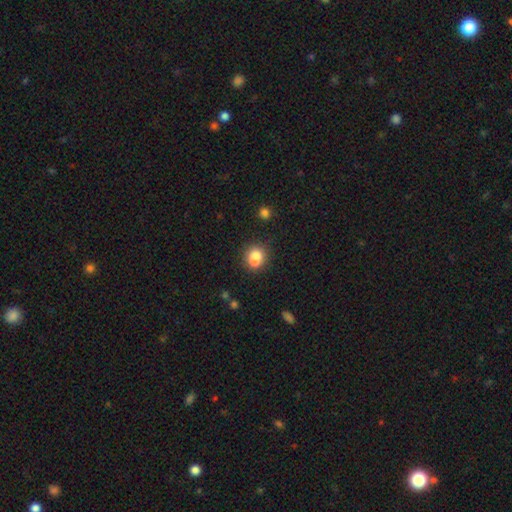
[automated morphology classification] Smooth or featured?
  - smooth: 72% *
  - featured or disk: 17%
  - star or artifact: 11%
How rounded?
  - round: 74% *
  - in between: 25%
  - cigar-shaped: 1%
Merging?
  - merger: 51% *
  - none: 37%
  - minor disturbance: 8%
  - major disturbance: 3%